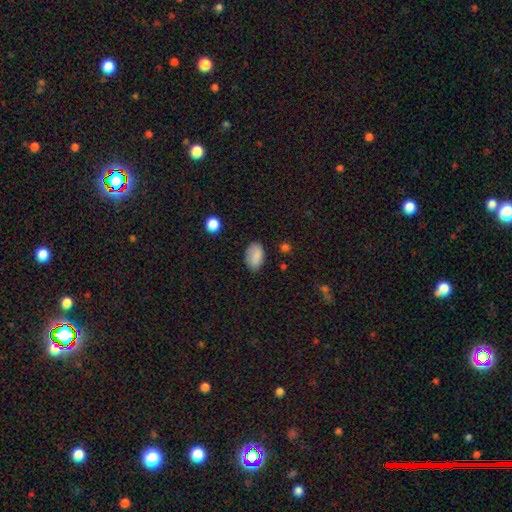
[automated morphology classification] Smooth or featured?
  - smooth: 85% *
  - star or artifact: 8%
  - featured or disk: 7%
How rounded?
  - in between: 92% *
  - round: 7%
  - cigar-shaped: 2%
Merging?
  - none: 77% *
  - minor disturbance: 18%
  - major disturbance: 4%
  - merger: 2%